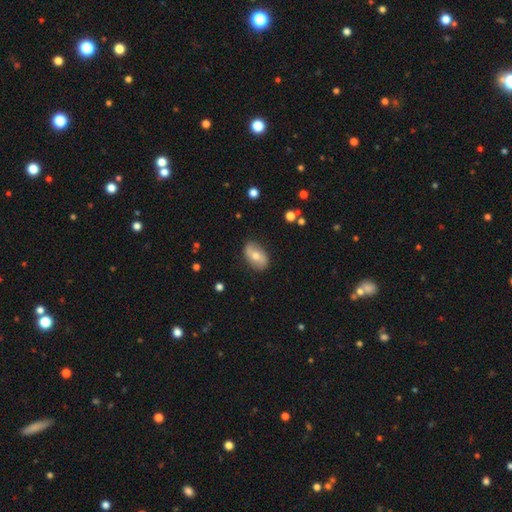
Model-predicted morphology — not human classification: Overall: smooth (48%; featured or disk 45%). Merging: none (82%).